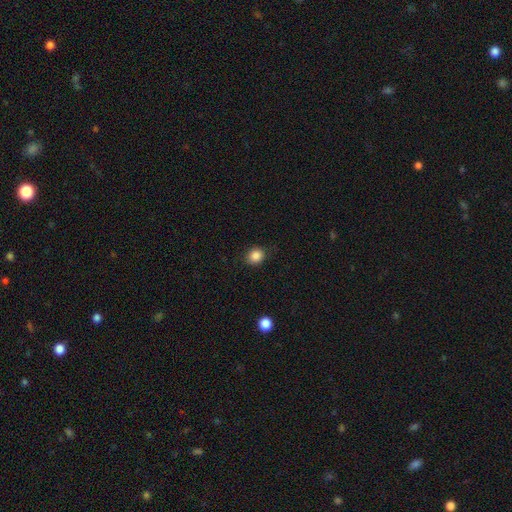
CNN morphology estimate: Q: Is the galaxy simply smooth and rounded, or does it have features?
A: smooth — 86%.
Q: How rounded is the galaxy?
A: round — 68%.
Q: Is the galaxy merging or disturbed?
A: none — 86%.